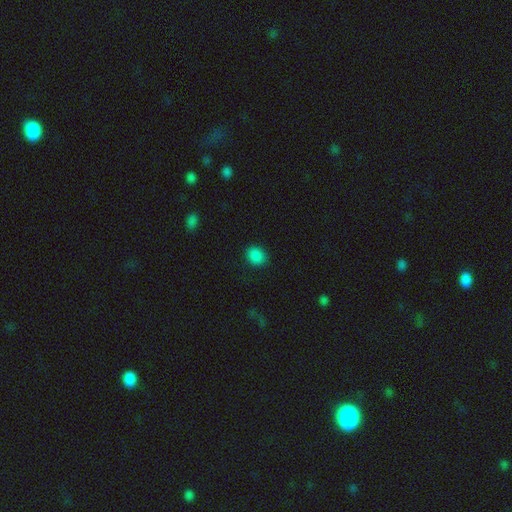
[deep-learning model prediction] Smooth or featured? smooth (86%)
How rounded? round (56%)
Merging? none (88%)